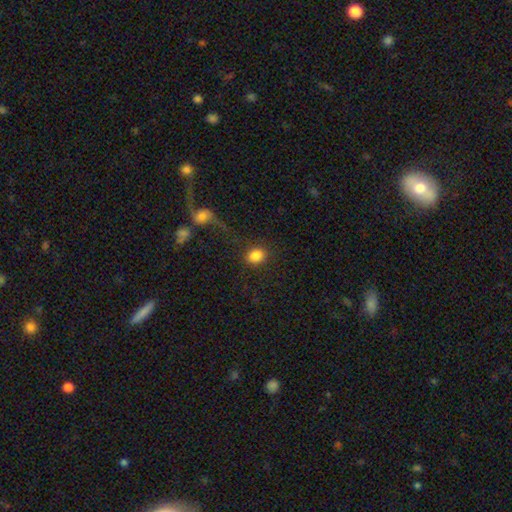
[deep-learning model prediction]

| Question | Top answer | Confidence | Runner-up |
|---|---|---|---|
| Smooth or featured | smooth | 85% | star or artifact (9%) |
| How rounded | in between | 52% | round (47%) |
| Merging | none | 79% | minor disturbance (9%) |